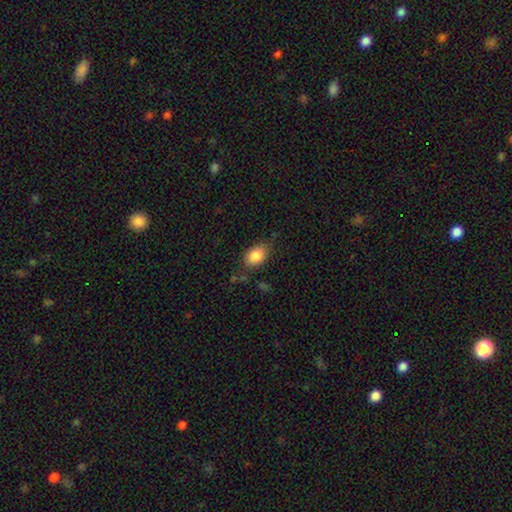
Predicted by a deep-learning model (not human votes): Smooth or featured?
  - smooth: 87% *
  - star or artifact: 7%
  - featured or disk: 6%
How rounded?
  - in between: 83% *
  - round: 16%
  - cigar-shaped: 1%
Merging?
  - none: 71% *
  - minor disturbance: 20%
  - major disturbance: 6%
  - merger: 3%